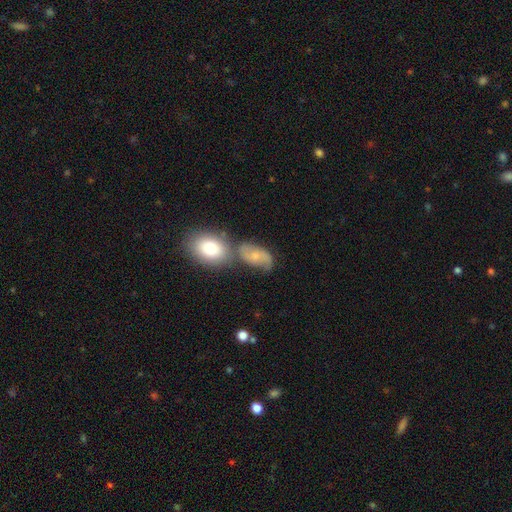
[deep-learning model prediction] smooth-or-featured: featured or disk: 49% | smooth: 41% | star or artifact: 10%
  merging: none: 44% | merger: 29% | minor disturbance: 19% | major disturbance: 8%